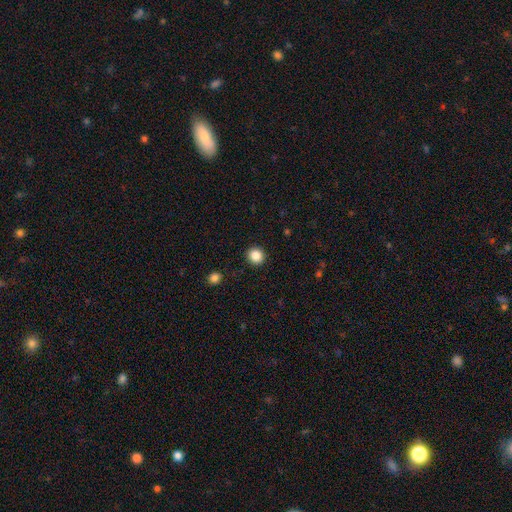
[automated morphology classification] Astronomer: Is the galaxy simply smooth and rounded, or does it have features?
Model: smooth — 86%.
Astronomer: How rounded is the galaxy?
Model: round — 90%.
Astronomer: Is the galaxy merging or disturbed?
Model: none — 92%.